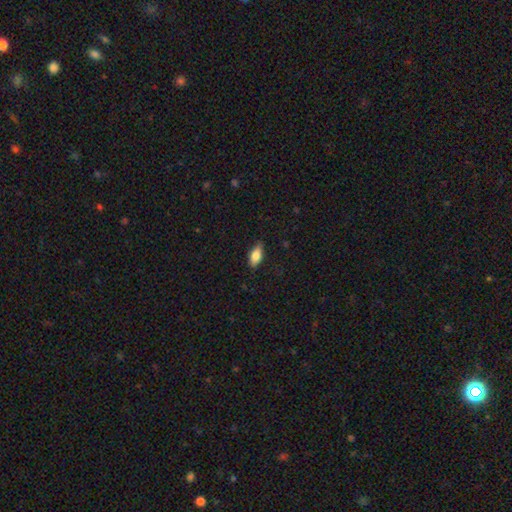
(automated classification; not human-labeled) A smooth galaxy with no disk features (83%) that is in between round and cigar-shaped (85%). Merging: none (83%).